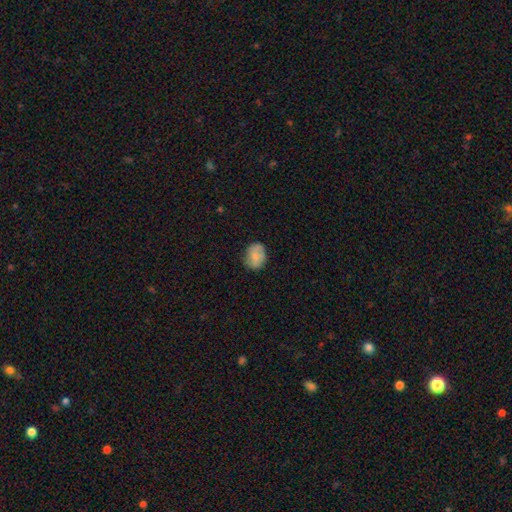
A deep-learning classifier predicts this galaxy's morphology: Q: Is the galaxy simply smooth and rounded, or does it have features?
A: smooth — 73%.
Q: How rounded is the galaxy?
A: in between — 55%.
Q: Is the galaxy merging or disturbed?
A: none — 71%.